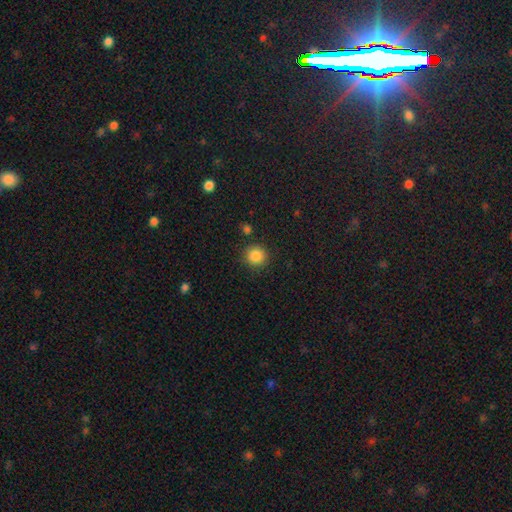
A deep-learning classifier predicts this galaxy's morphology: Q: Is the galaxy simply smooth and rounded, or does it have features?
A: smooth — 86%.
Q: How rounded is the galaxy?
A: round — 92%.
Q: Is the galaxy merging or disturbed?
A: none — 89%.